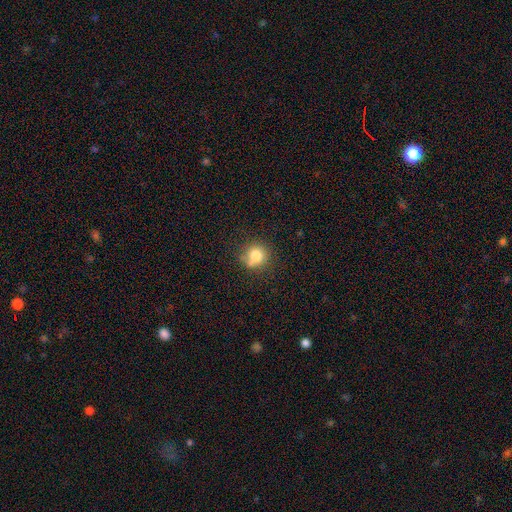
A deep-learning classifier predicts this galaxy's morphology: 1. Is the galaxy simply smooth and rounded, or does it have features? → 79% smooth, 11% star or artifact, 10% featured or disk.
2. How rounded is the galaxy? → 89% round, 10% in between, 1% cigar-shaped.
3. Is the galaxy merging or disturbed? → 64% none, 17% minor disturbance, 14% merger, 5% major disturbance.